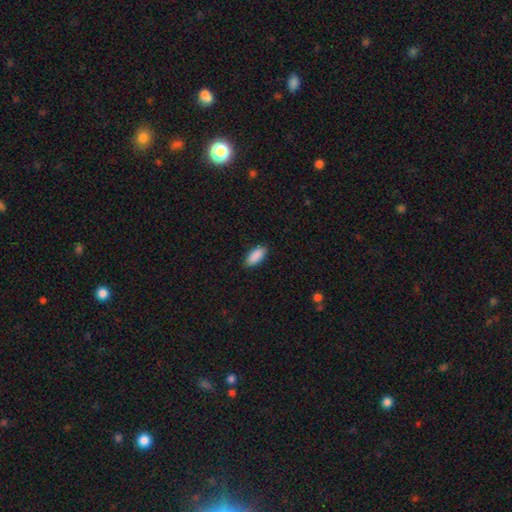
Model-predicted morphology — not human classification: A smooth galaxy with no disk features (90%) that is in between round and cigar-shaped (84%).

Vote fractions:
- Smooth or featured? smooth: 90% / star or artifact: 6% / featured or disk: 3%
- How rounded? in between: 84% / cigar-shaped: 14% / round: 2%
- Merging? none: 87% / minor disturbance: 10% / major disturbance: 2% / merger: 1%